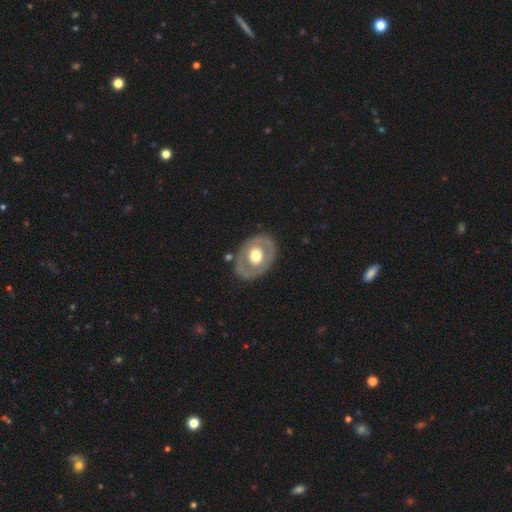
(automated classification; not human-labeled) A featured or disk galaxy (53%). Merging: none (81%).